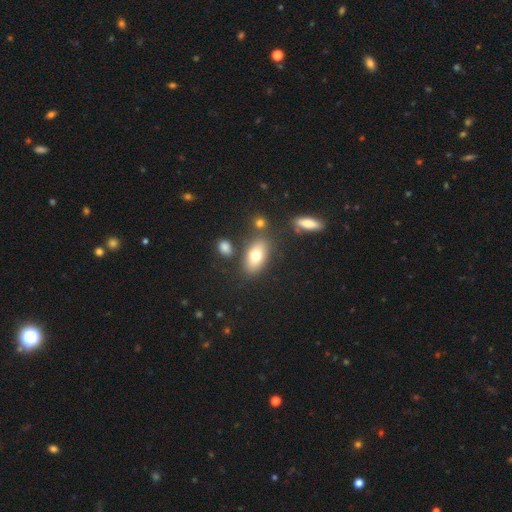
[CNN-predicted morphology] A smooth galaxy with no disk features (74%) that is in between round and cigar-shaped (88%).

Vote fractions:
- Smooth or featured? smooth: 74% / featured or disk: 18% / star or artifact: 9%
- How rounded? in between: 88% / round: 8% / cigar-shaped: 5%
- Merging? none: 75% / minor disturbance: 12% / merger: 9% / major disturbance: 4%